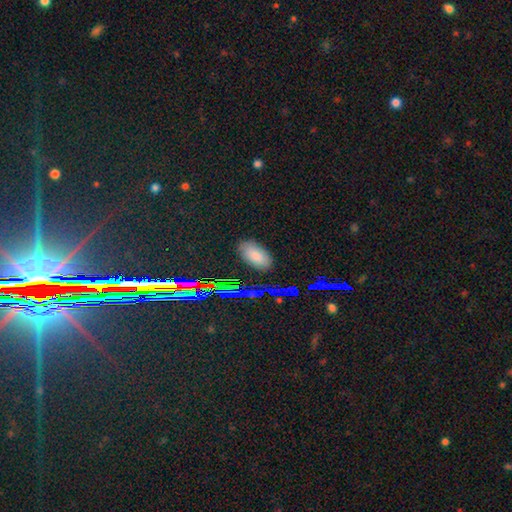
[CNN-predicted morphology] smooth-or-featured: smooth: 80% | star or artifact: 12% | featured or disk: 7%
  how-rounded: in between: 93% | cigar-shaped: 4% | round: 3%
  merging: none: 83% | minor disturbance: 12% | major disturbance: 3% | merger: 2%